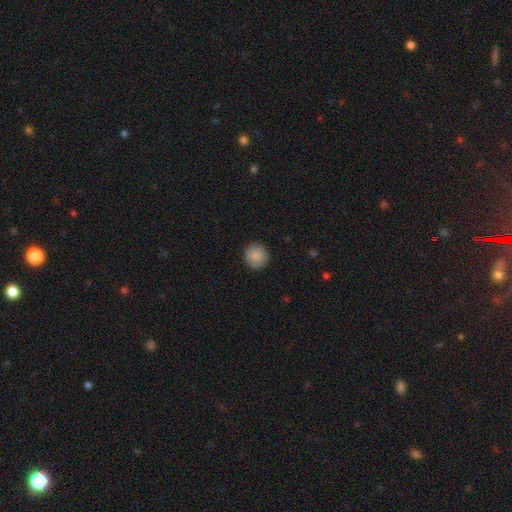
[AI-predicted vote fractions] Smooth or featured? smooth (88%)
How rounded? round (94%)
Merging? none (91%)